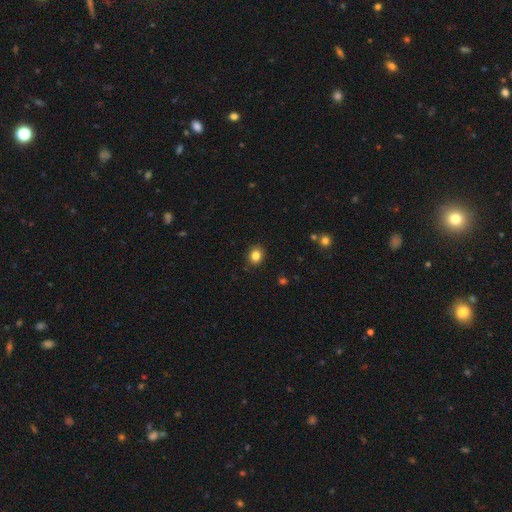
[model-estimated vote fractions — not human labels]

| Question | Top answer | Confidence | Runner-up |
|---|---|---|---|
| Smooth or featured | smooth | 83% | star or artifact (11%) |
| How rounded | round | 66% | in between (33%) |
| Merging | none | 89% | minor disturbance (8%) |